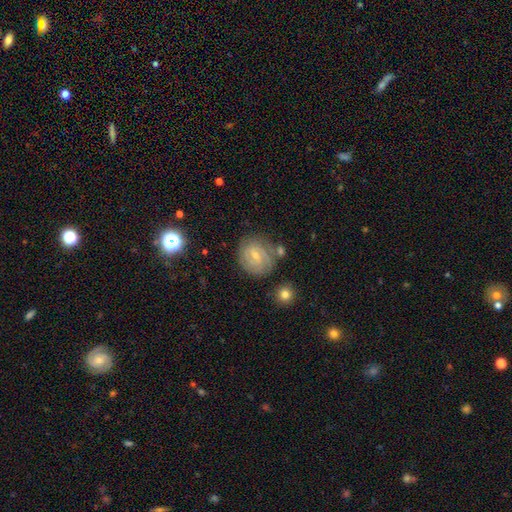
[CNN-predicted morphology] This appears to be a featured or disk galaxy (62%) with a weak bar (58%), tight (66%) spiral arms (85%) and a small central bulge (59%). Merging: none (69%).